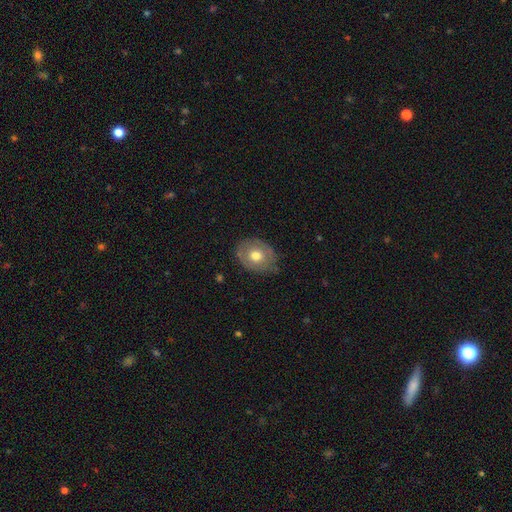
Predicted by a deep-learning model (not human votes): Smooth or featured?
  - smooth: 58% *
  - featured or disk: 36%
  - star or artifact: 7%
How rounded?
  - in between: 58% *
  - round: 41%
  - cigar-shaped: 1%
Merging?
  - none: 71% *
  - minor disturbance: 23%
  - major disturbance: 5%
  - merger: 1%